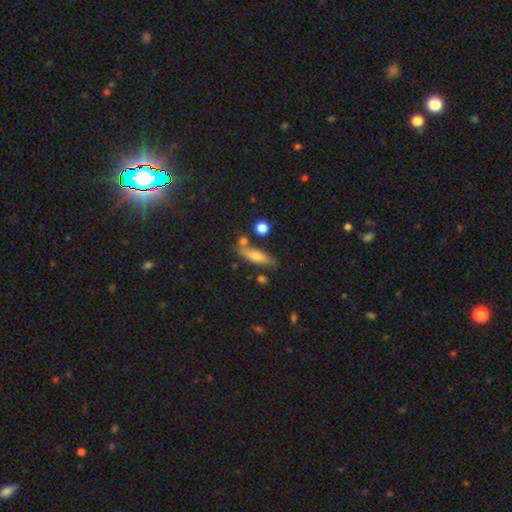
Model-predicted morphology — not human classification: Smooth or featured: smooth — 55% (featured or disk — 31%)
How rounded: cigar-shaped — 57% (in between — 38%)
Merging: none — 70% (minor disturbance — 15%)